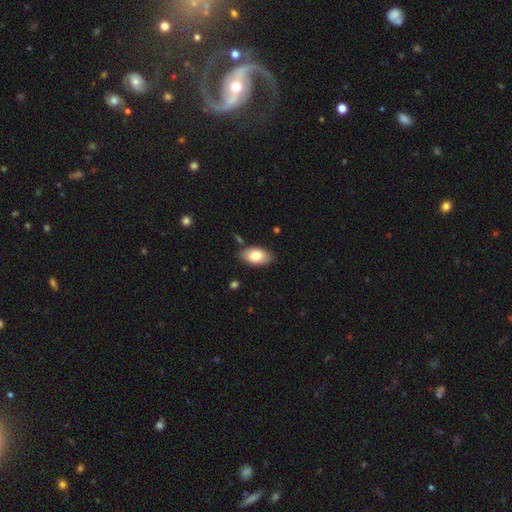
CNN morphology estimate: Smooth or featured? Predicted: smooth (p=0.80). How rounded? Predicted: in between (p=0.94). Merging? Predicted: none (p=0.83).